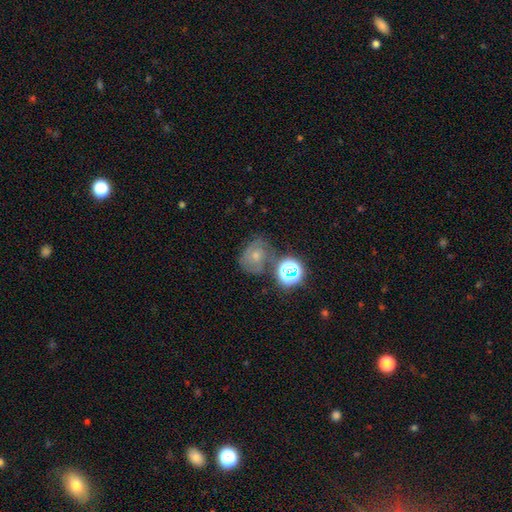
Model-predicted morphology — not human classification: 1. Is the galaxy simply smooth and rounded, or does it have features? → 39% featured or disk (tied), 39% smooth (tied), 22% star or artifact.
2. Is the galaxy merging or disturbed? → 53% none, 23% minor disturbance, 13% merger, 12% major disturbance.